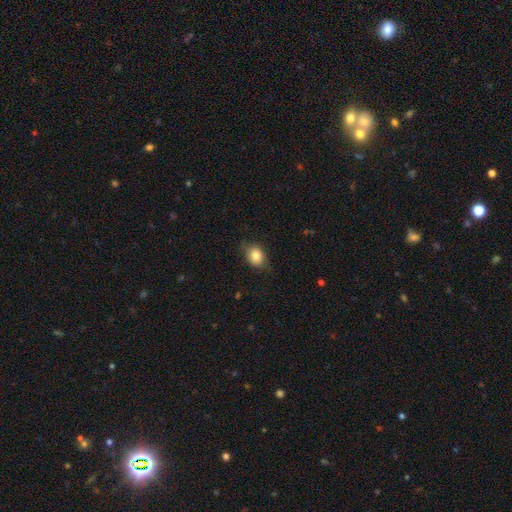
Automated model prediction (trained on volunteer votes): smooth 82%, star or artifact 9%, featured or disk 9%. Down the decision tree: how rounded — in between (55%); merging — none (75%).